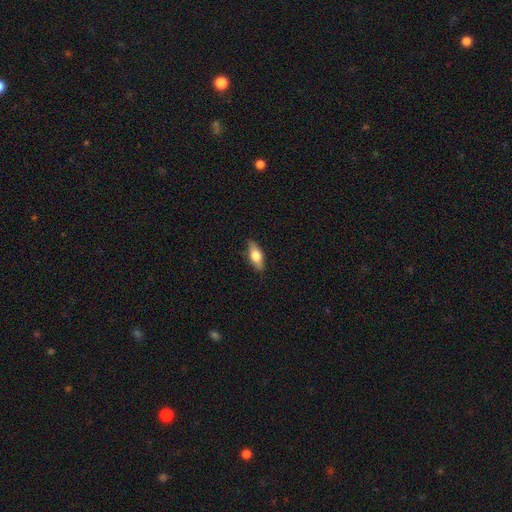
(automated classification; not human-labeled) Smooth or featured? Predicted: smooth (p=0.66). How rounded? Predicted: in between (p=0.77). Merging? Predicted: none (p=0.84).